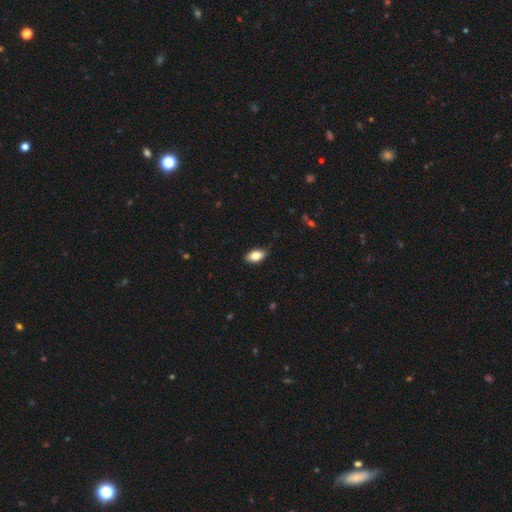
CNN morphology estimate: Smooth or featured? smooth (83%)
How rounded? in between (91%)
Merging? none (82%)